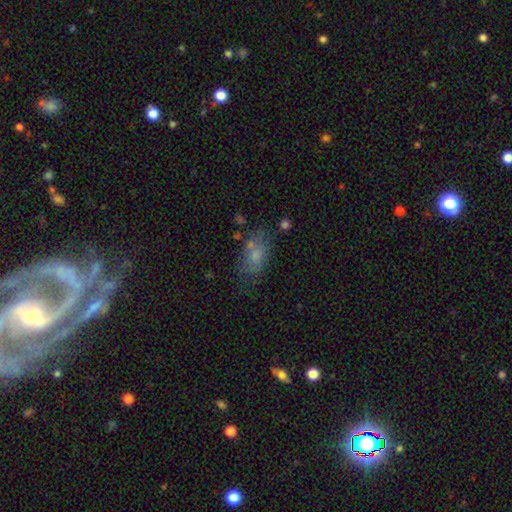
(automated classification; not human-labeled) Q: Smooth or featured?
A: smooth (68%); runner-up: featured or disk (20%)
Q: How rounded?
A: in between (86%); runner-up: round (8%)
Q: Merging?
A: none (54%); runner-up: minor disturbance (23%)